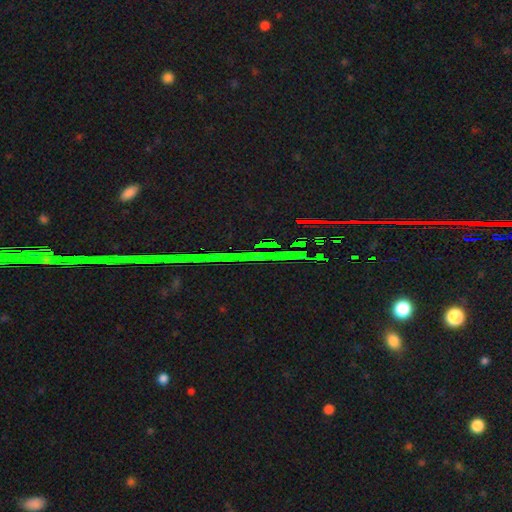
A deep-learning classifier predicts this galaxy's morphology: Q: Smooth or featured?
A: star or artifact (88%); runner-up: featured or disk (7%)